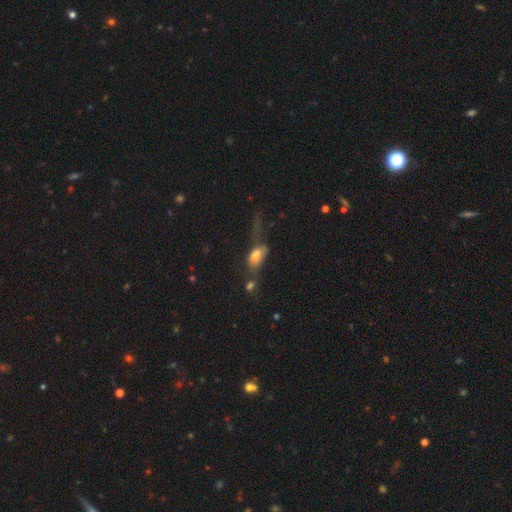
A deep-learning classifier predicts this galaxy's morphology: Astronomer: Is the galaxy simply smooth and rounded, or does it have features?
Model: smooth — 72%.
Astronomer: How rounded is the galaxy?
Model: in between — 86%.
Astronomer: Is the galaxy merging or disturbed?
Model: major disturbance — 33% (runner-up: merger, 25%).